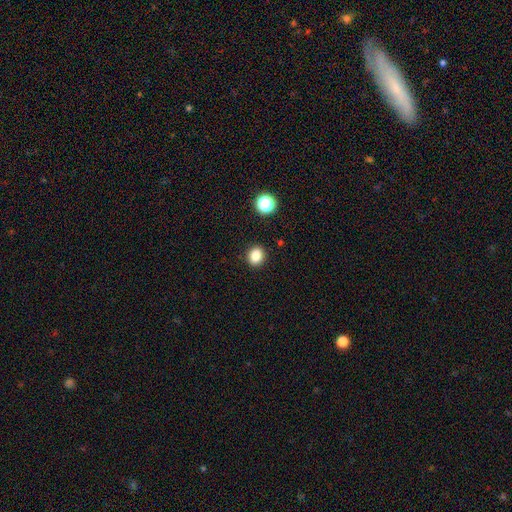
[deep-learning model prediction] Overall: smooth (84%). How rounded: round (68%; in between 31%). Merging: none (90%).